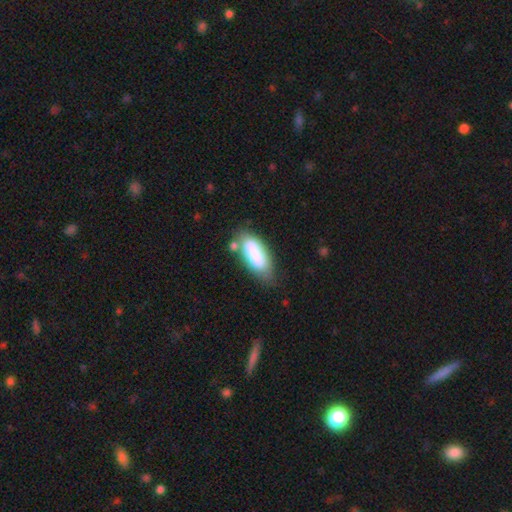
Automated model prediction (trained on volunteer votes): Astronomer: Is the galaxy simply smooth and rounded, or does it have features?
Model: smooth — 76%.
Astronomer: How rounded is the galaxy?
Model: in between — 76%.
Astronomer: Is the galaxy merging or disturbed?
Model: none — 53%.